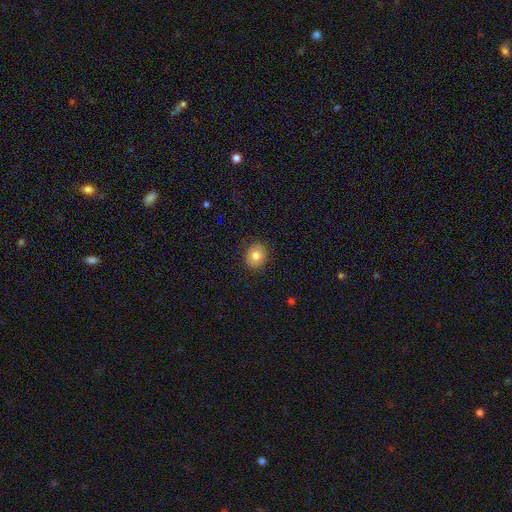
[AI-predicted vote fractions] This appears to be a smooth galaxy with no disk features (78%) that is round (70%). Merging: none (87%).